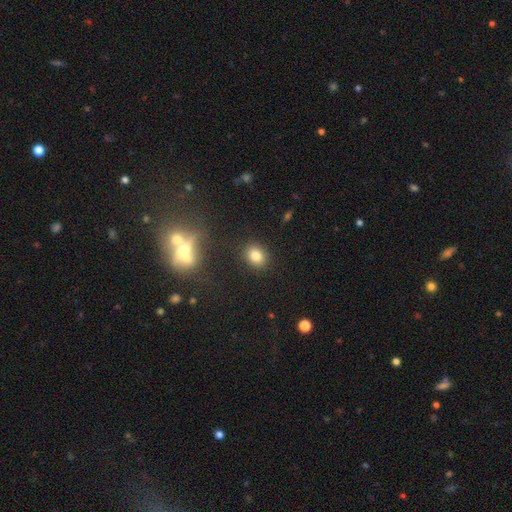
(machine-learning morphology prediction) A smooth galaxy with no disk features (81%) that is round (51%). Merging: none (87%).